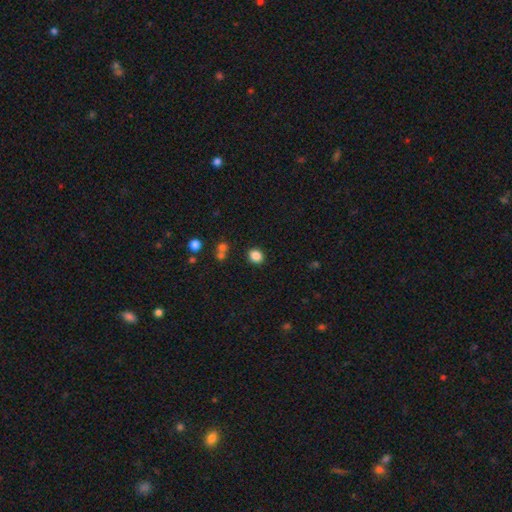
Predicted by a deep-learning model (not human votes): Smooth or featured? smooth (85%)
How rounded? round (66%)
Merging? none (86%)